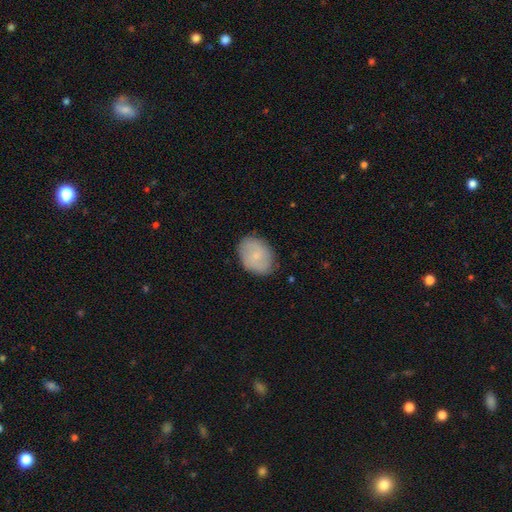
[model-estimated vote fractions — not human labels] This appears to be a smooth galaxy with no disk features (67%) that is in between round and cigar-shaped (67%). Merging: none (81%).